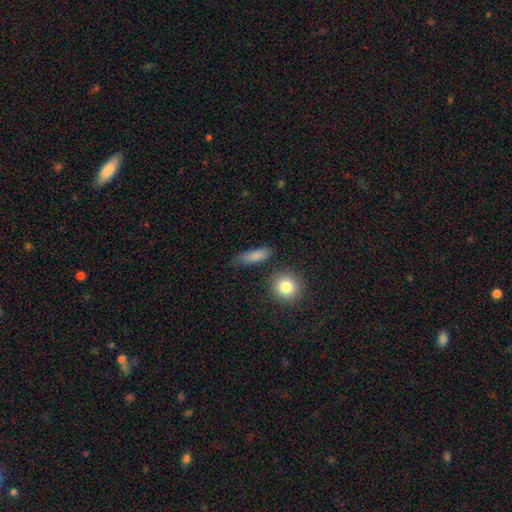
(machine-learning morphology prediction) Q: Smooth or featured?
A: smooth (84%); runner-up: star or artifact (9%)
Q: How rounded?
A: in between (54%); runner-up: cigar-shaped (36%)
Q: Merging?
A: none (71%); runner-up: minor disturbance (20%)